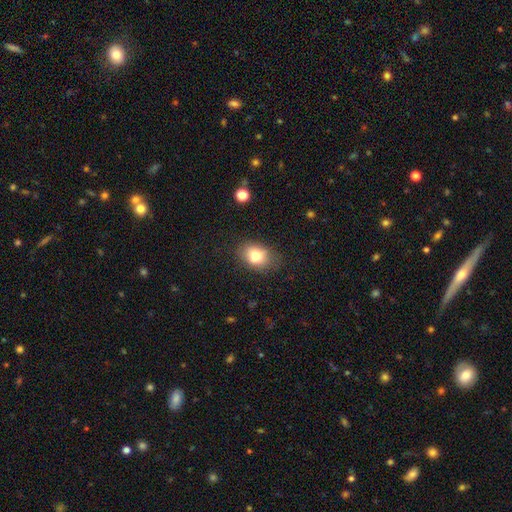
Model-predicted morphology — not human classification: Smooth or featured?
  - smooth: 79% *
  - featured or disk: 11%
  - star or artifact: 10%
How rounded?
  - in between: 70% *
  - round: 29%
  - cigar-shaped: 1%
Merging?
  - none: 77% *
  - minor disturbance: 16%
  - major disturbance: 5%
  - merger: 1%